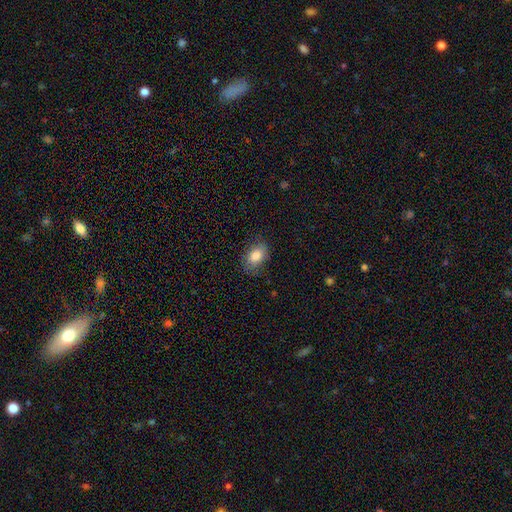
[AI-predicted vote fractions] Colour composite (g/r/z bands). It shows a smooth galaxy with no disk features (84%) that is in between round and cigar-shaped (84%). Merging: none (77%).